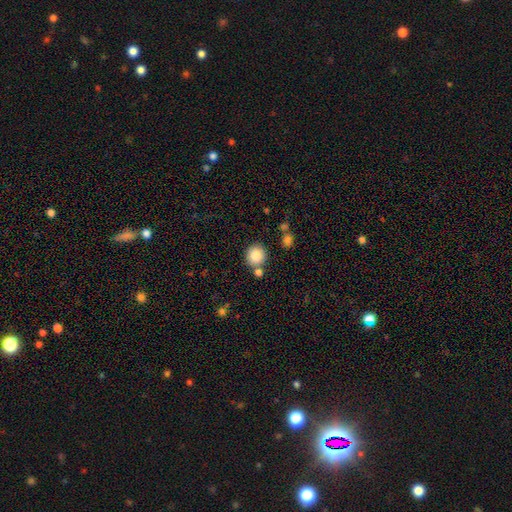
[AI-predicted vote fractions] smooth_or_featured: smooth (p=0.83) [alt: star or artifact p=0.10]
how_rounded: round (p=0.88) [alt: in between p=0.11]
merging: none (p=0.76) [alt: merger p=0.13]